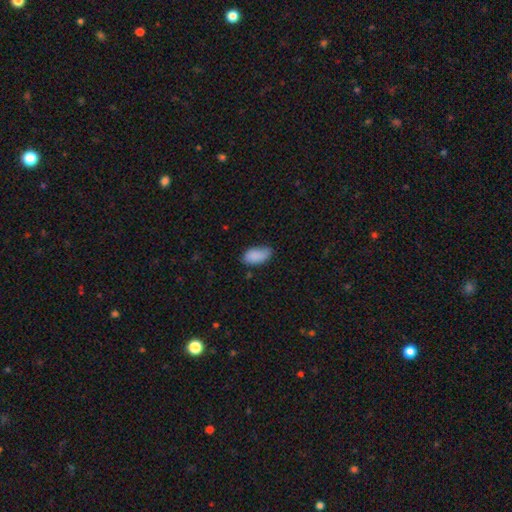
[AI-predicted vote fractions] Smooth or featured? smooth (88%)
How rounded? in between (94%)
Merging? none (66%)